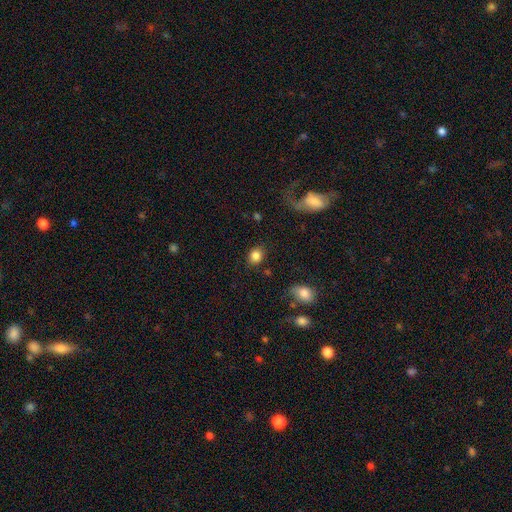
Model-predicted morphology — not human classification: This appears to be a smooth galaxy with no disk features (84%) that is round (51%). Merging: none (82%).